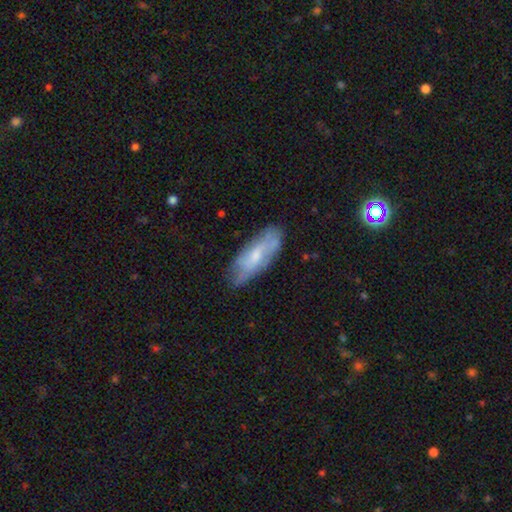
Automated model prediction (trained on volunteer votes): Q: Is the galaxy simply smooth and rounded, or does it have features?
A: smooth — 47%.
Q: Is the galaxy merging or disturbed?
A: none — 68%.